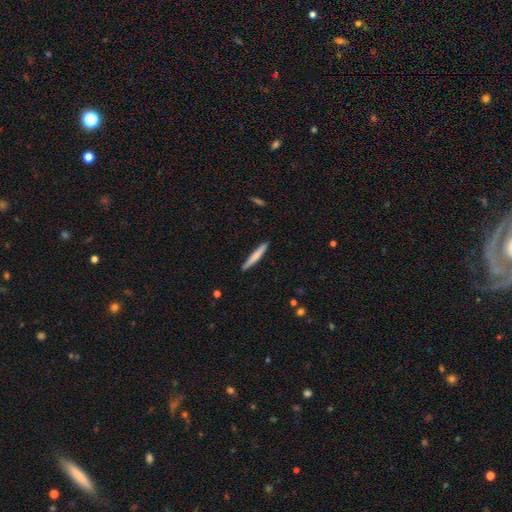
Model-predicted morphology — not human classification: This appears to be a smooth galaxy with no disk features (71%) that is cigar-shaped (96%). Merging: none (89%).